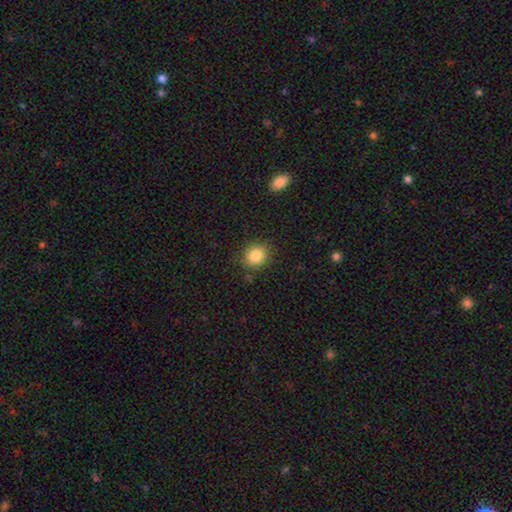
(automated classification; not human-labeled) Smooth or featured?
  - smooth: 84% *
  - star or artifact: 10%
  - featured or disk: 6%
How rounded?
  - round: 73% *
  - in between: 26%
  - cigar-shaped: 1%
Merging?
  - none: 86% *
  - minor disturbance: 9%
  - major disturbance: 3%
  - merger: 2%